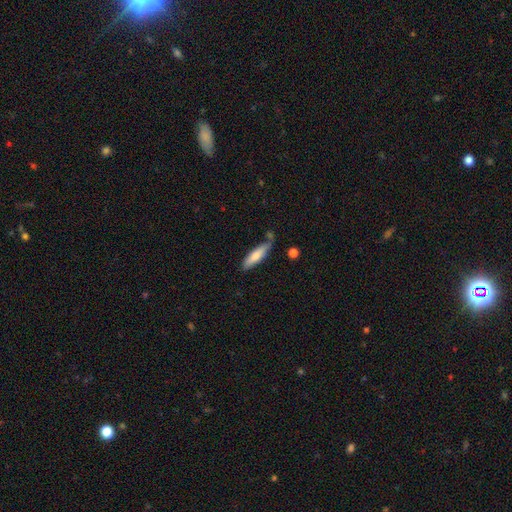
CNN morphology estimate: Smooth or featured?
  - smooth: 69% *
  - featured or disk: 25%
  - star or artifact: 6%
How rounded?
  - cigar-shaped: 69% *
  - in between: 29%
  - round: 2%
Merging?
  - none: 66% *
  - minor disturbance: 22%
  - merger: 8%
  - major disturbance: 4%